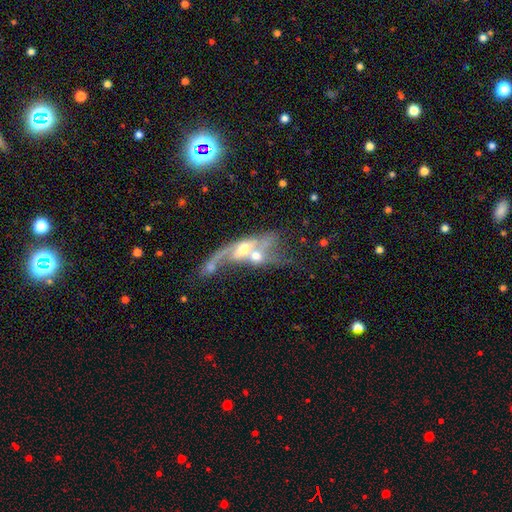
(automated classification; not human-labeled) This appears to be a featured or disk galaxy (64%) with no bar (65%), spiral arms (51%) and a moderate central bulge (61%). Merging: merger (70%).